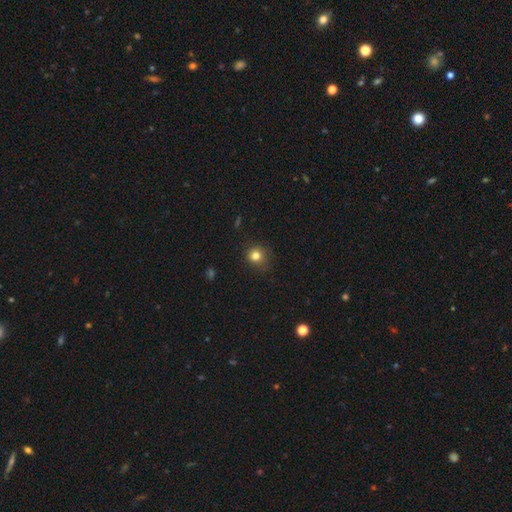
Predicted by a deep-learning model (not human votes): Smooth or featured? Predicted: smooth (p=0.81). How rounded? Predicted: round (p=0.87). Merging? Predicted: none (p=0.81).